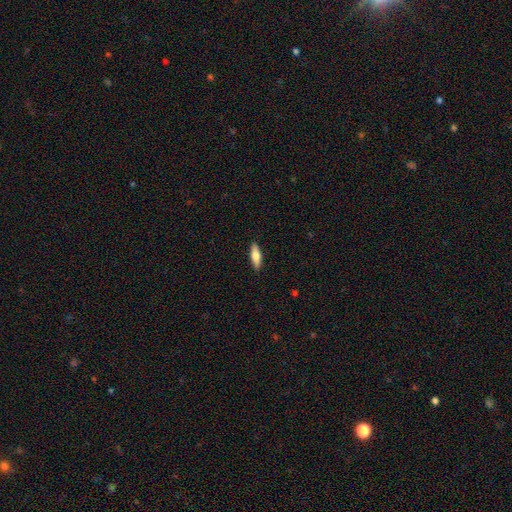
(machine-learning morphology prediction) A smooth galaxy with no disk features (64%) that is cigar-shaped (49%).

Vote fractions:
- Smooth or featured? smooth: 64% / featured or disk: 30% / star or artifact: 6%
- How rounded? cigar-shaped: 49% / in between: 48% / round: 2%
- Merging? none: 90% / minor disturbance: 7% / major disturbance: 2% / merger: 1%